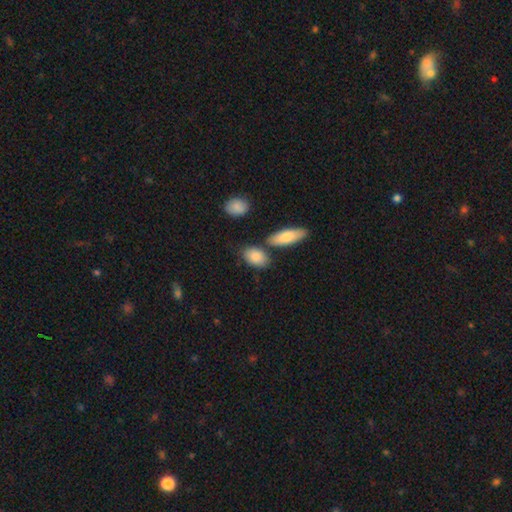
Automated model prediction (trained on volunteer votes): smooth 84%, featured or disk 9%, star or artifact 6%. Down the decision tree: how rounded — in between (85%); merging — none (69%).